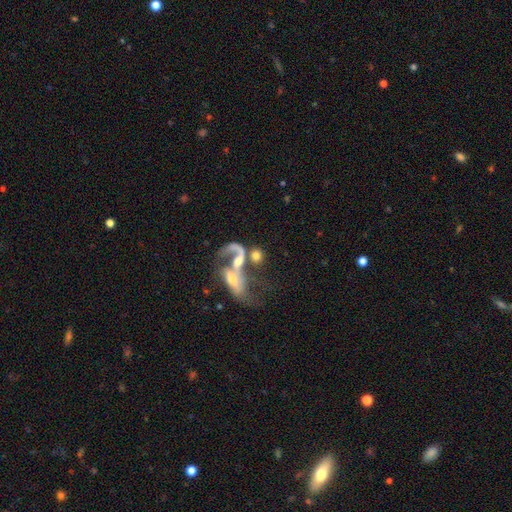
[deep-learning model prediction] A featured or disk galaxy (51%). Merging: merger (65%).